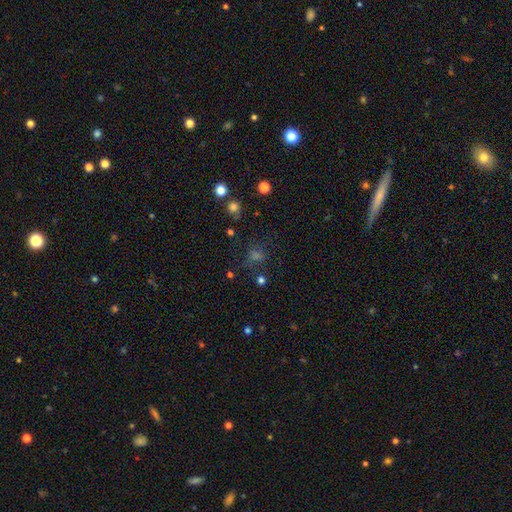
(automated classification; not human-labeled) A star or artifact, not a galaxy (45%).

Vote fractions:
- Smooth or featured? star or artifact: 45% / smooth: 43% / featured or disk: 12%